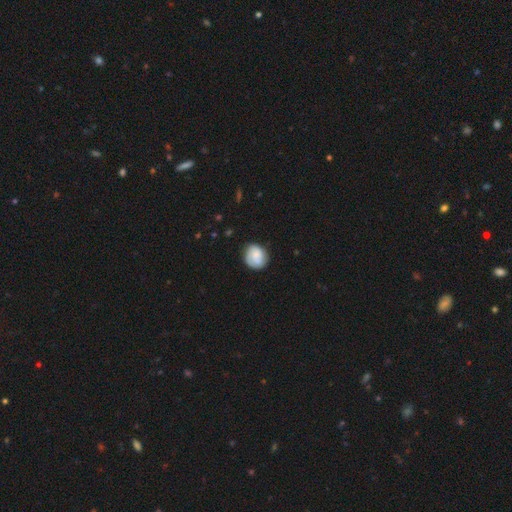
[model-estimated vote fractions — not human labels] Smooth or featured: smooth — 68% (featured or disk — 26%)
How rounded: round — 78% (in between — 21%)
Merging: none — 76% (minor disturbance — 18%)